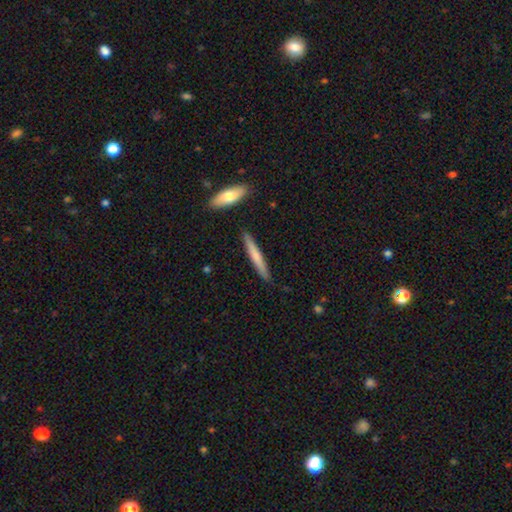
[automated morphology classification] This appears to be a smooth galaxy with no disk features (64%) that is cigar-shaped (95%). Merging: none (89%).